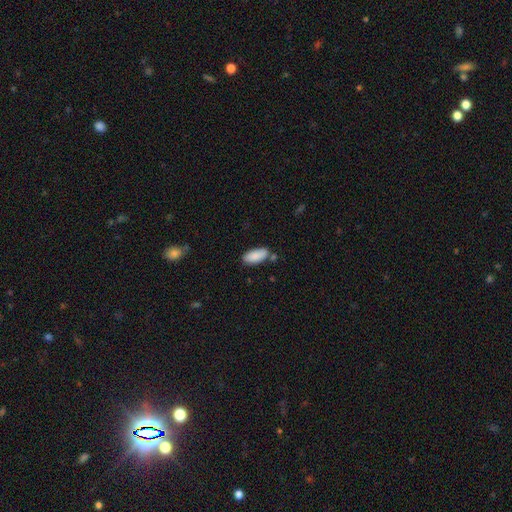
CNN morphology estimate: smooth-or-featured: smooth: 88% | star or artifact: 6% | featured or disk: 6%
  how-rounded: in between: 89% | cigar-shaped: 10% | round: 2%
  merging: none: 73% | minor disturbance: 16% | merger: 8% | major disturbance: 3%